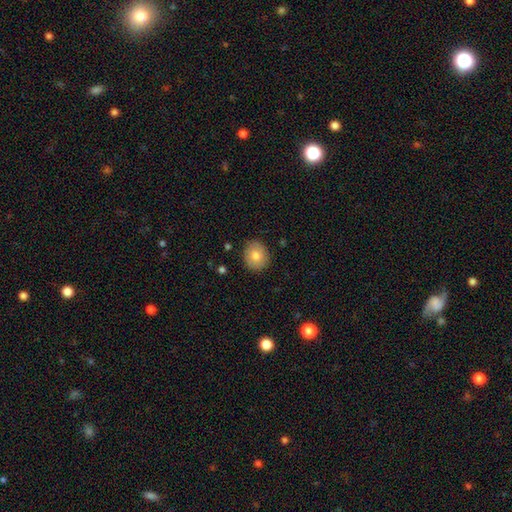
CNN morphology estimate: The model was most divided on "how rounded": round: 72%, in between: 27%, cigar-shaped: 1%. More confident: merging — none (87%); smooth or featured — smooth (79%).